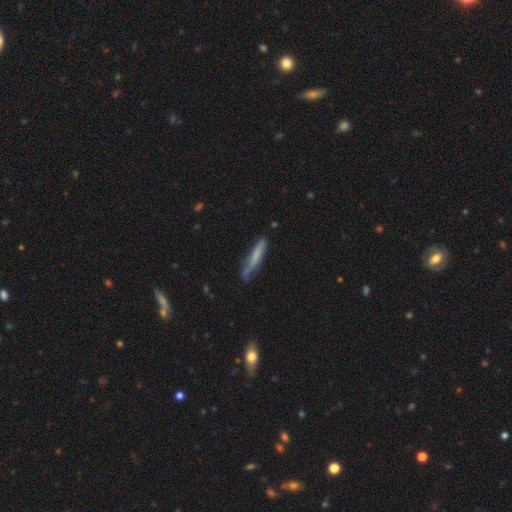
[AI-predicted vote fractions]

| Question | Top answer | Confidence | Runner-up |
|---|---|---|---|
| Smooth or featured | smooth | 57% | featured or disk (36%) |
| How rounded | cigar-shaped | 92% | in between (7%) |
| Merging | none | 68% | minor disturbance (23%) |